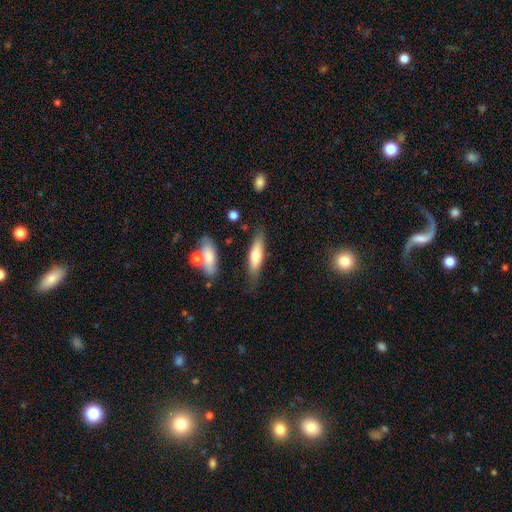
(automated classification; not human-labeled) Smooth or featured? smooth (65%)
How rounded? cigar-shaped (66%)
Merging? none (74%)